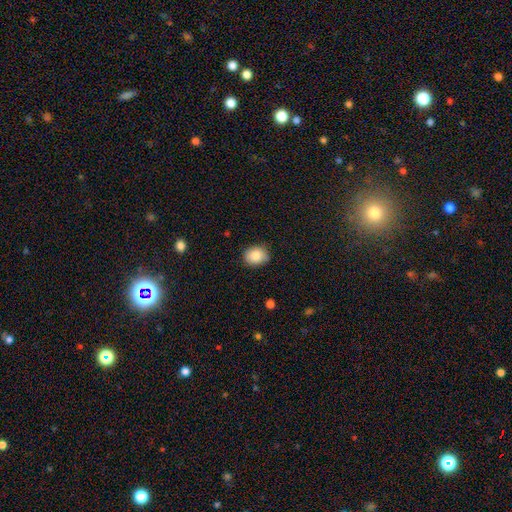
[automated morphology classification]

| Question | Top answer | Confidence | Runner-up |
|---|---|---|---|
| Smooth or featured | smooth | 86% | star or artifact (8%) |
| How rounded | in between | 52% | round (47%) |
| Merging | none | 81% | minor disturbance (15%) |